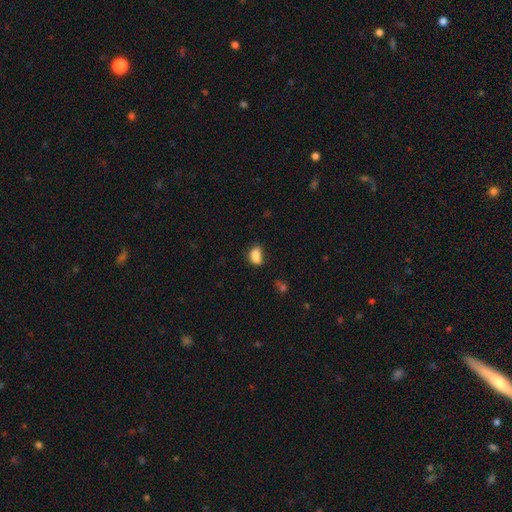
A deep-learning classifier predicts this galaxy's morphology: smooth-or-featured: smooth: 80% | star or artifact: 11% | featured or disk: 9%
  how-rounded: in between: 78% | round: 19% | cigar-shaped: 2%
  merging: none: 39% | merger: 26% | minor disturbance: 24% | major disturbance: 11%